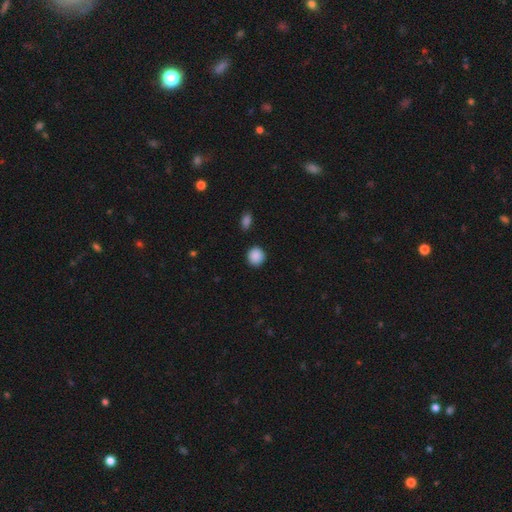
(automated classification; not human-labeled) The model was most divided on "how rounded": round: 89%, in between: 10%, cigar-shaped: 1%. More confident: merging — none (89%); smooth or featured — smooth (89%).